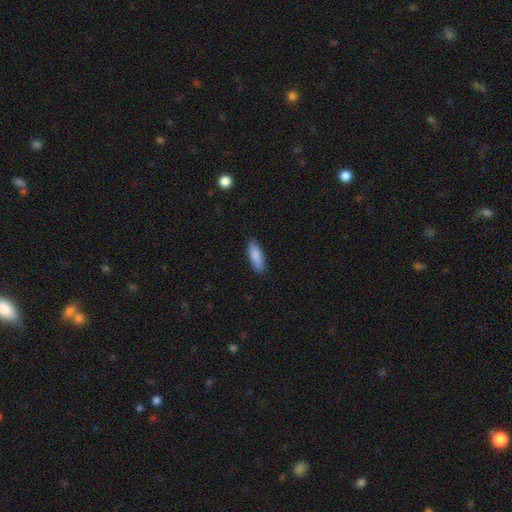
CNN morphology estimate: The model was most divided on "how rounded": in between: 61%, cigar-shaped: 38%, round: 2%. More confident: smooth or featured — smooth (88%); merging — none (87%).